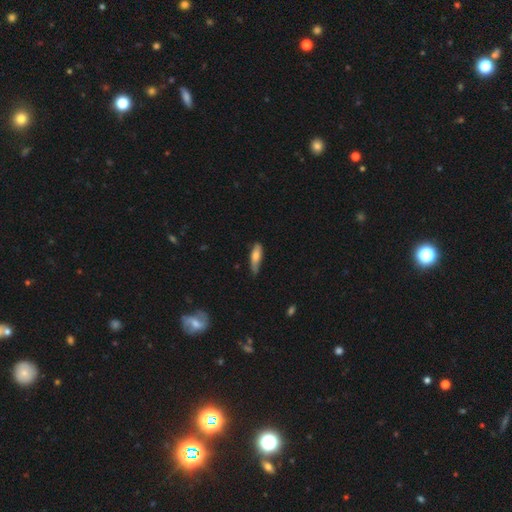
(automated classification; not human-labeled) smooth_or_featured: smooth (p=0.68) [alt: featured or disk p=0.26]
how_rounded: cigar-shaped (p=0.57) [alt: in between p=0.41]
merging: none (p=0.59) [alt: minor disturbance p=0.33]